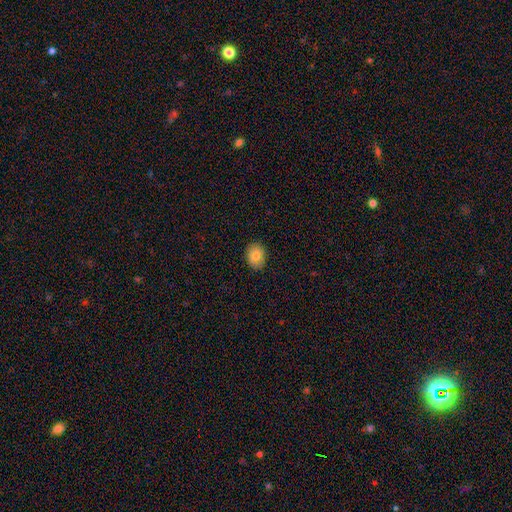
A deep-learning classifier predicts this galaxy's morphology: A smooth galaxy with no disk features (84%) that is in between round and cigar-shaped (69%).

Vote fractions:
- Smooth or featured? smooth: 84% / featured or disk: 8% / star or artifact: 8%
- How rounded? in between: 69% / round: 31% / cigar-shaped: 1%
- Merging? none: 88% / minor disturbance: 9% / major disturbance: 2% / merger: 1%